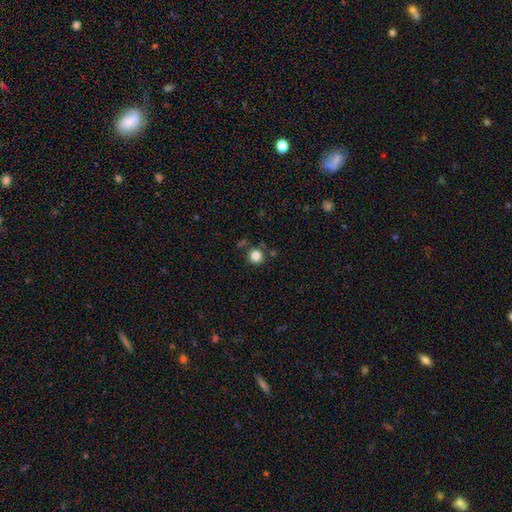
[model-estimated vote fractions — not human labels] smooth 84%, star or artifact 12%, featured or disk 5%. Down the decision tree: how rounded — round (93%); merging — none (82%).